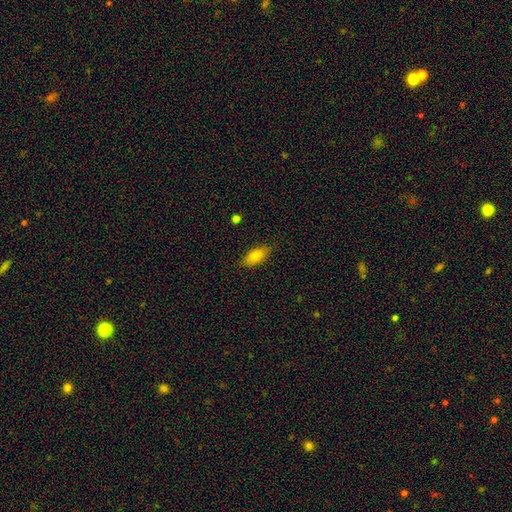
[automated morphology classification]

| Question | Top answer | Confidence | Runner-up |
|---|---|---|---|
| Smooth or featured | smooth | 78% | featured or disk (14%) |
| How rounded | in between | 85% | cigar-shaped (12%) |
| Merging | none | 84% | minor disturbance (13%) |